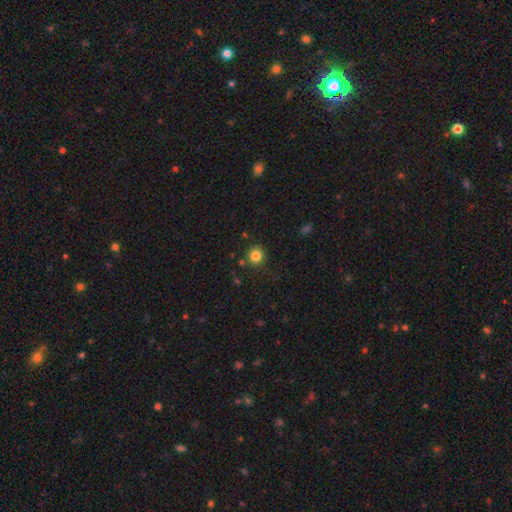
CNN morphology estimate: Smooth or featured? smooth (83%)
How rounded? round (87%)
Merging? none (85%)